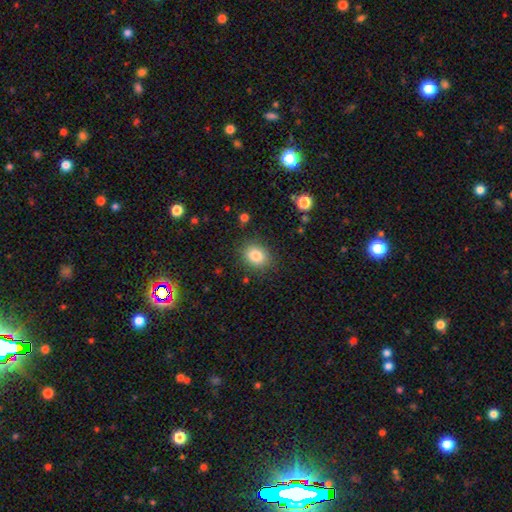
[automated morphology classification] This is clearly a smooth galaxy (83%). How rounded: possibly in between (52%). Merging: clearly none (85%).